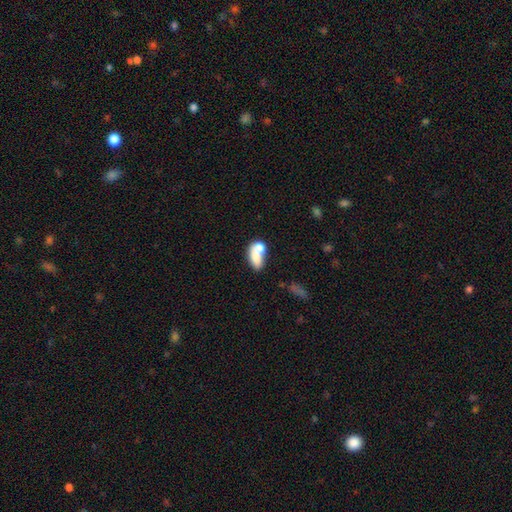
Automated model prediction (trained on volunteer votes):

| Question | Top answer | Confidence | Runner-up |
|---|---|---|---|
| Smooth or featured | smooth | 71% | featured or disk (19%) |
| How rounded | in between | 80% | round (12%) |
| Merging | merger | 50% | none (28%) |